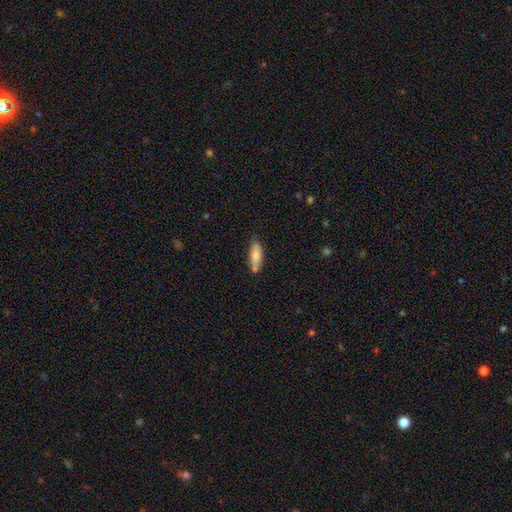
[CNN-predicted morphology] type=smooth (80%); roundness=in between (53%); merging=none (66%).